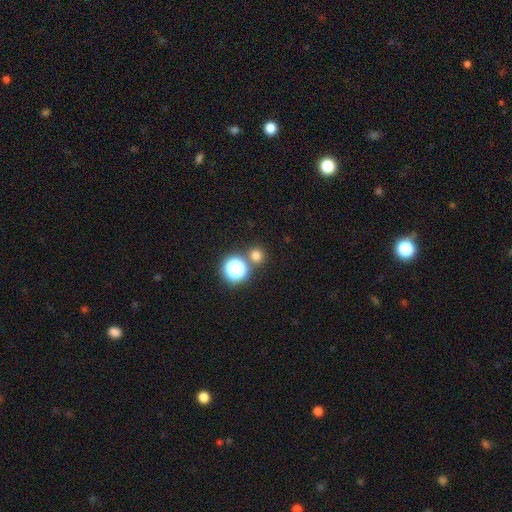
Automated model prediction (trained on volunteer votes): The model was most divided on "smooth or featured": smooth: 71%, star or artifact: 23%, featured or disk: 6%. More confident: how rounded — round (91%); merging — none (78%).